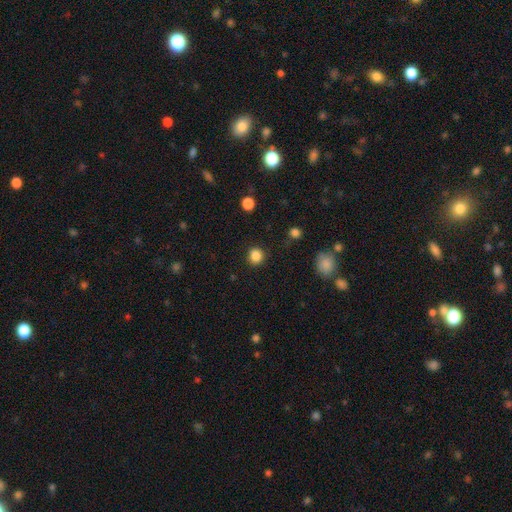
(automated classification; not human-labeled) smooth-or-featured: smooth: 86% | star or artifact: 11% | featured or disk: 3%
  how-rounded: round: 86% | in between: 13% | cigar-shaped: 1%
  merging: none: 90% | minor disturbance: 7% | major disturbance: 2% | merger: 1%